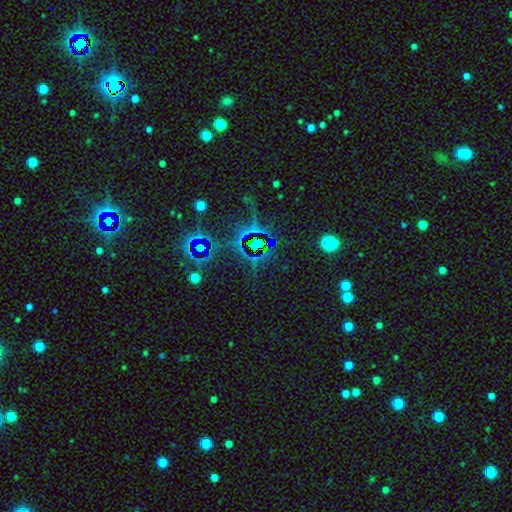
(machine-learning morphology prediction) A star or artifact, not a galaxy (80%).

Vote fractions:
- Smooth or featured? star or artifact: 80% / featured or disk: 10% / smooth: 10%